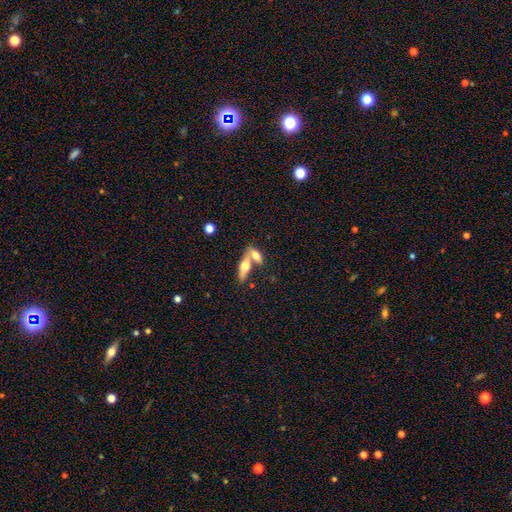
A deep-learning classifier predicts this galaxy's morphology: smooth_or_featured: smooth (p=0.60) [alt: featured or disk p=0.33]
how_rounded: in between (p=0.64) [alt: cigar-shaped p=0.31]
merging: merger (p=0.55) [alt: none p=0.35]